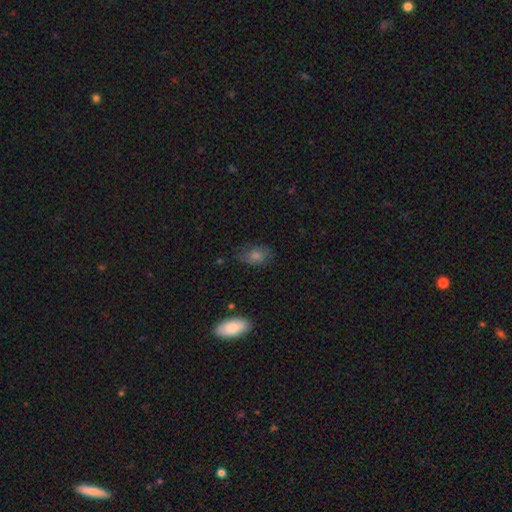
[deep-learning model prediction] Smooth or featured? Predicted: smooth (p=0.64). How rounded? Predicted: in between (p=0.77). Merging? Predicted: none (p=0.70).